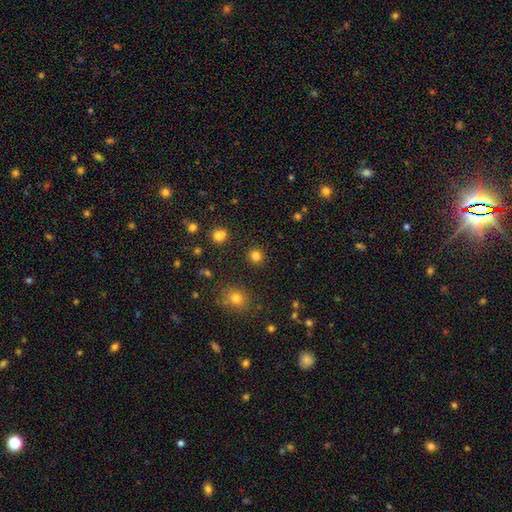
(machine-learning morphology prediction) Smooth or featured? Predicted: smooth (p=0.81). How rounded? Predicted: round (p=0.91). Merging? Predicted: none (p=0.89).